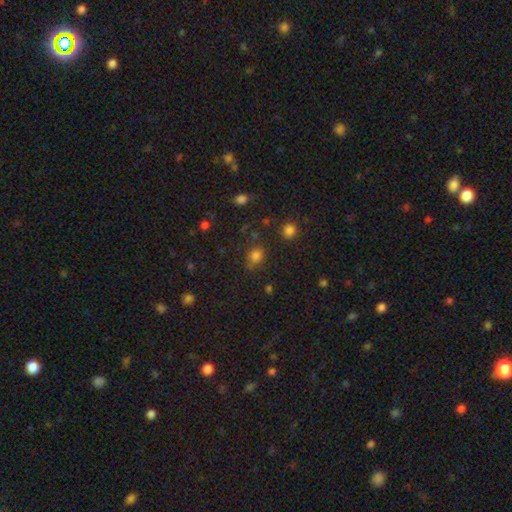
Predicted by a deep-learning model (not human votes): The model was most divided on "how rounded": round: 70%, in between: 29%, cigar-shaped: 1%. More confident: smooth or featured — smooth (77%); merging — none (68%).